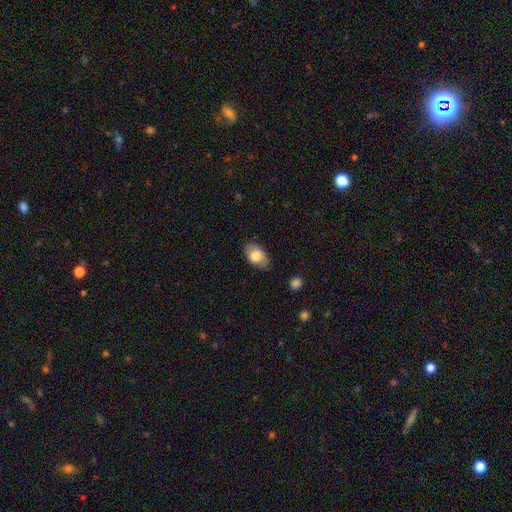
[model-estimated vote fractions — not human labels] Smooth or featured: smooth — 80% (featured or disk — 13%)
How rounded: in between — 90% (round — 9%)
Merging: none — 78% (minor disturbance — 17%)